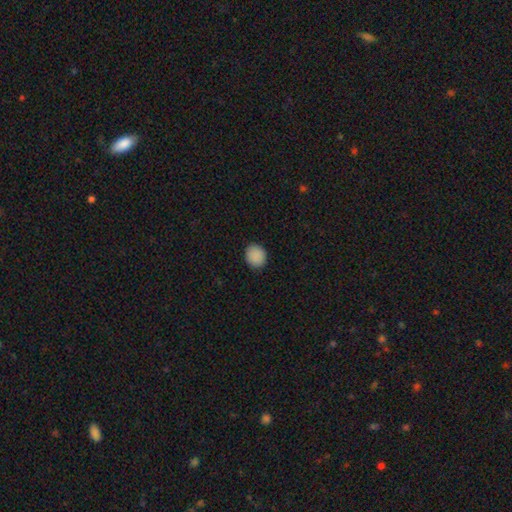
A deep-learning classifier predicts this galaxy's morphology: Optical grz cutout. It shows a smooth galaxy with no disk features (89%) that is round (76%). Merging: none (90%).